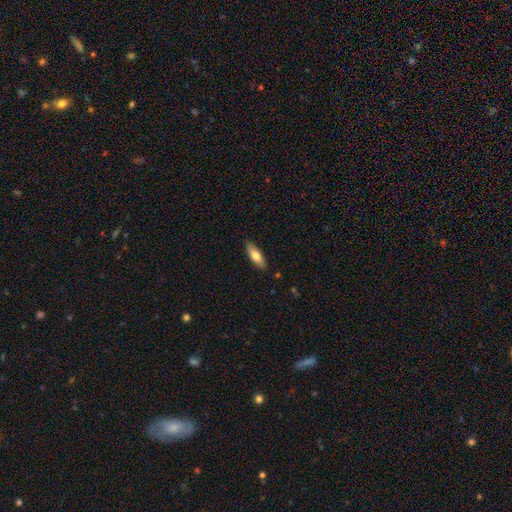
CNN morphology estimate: Smooth or featured? Predicted: smooth (p=0.69). How rounded? Predicted: in between (p=0.53). Merging? Predicted: none (p=0.88).